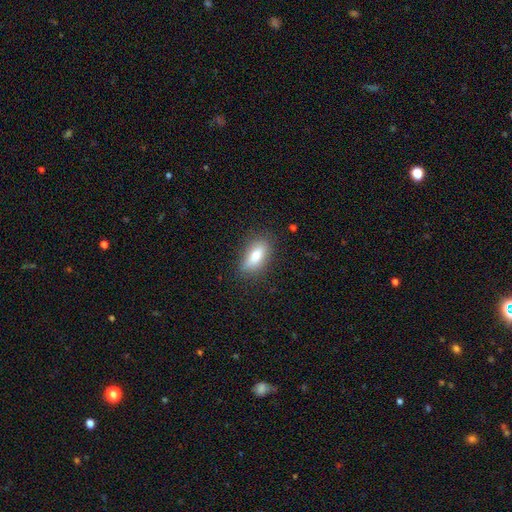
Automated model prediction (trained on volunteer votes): This is likely a smooth galaxy (74%). How rounded: likely in between (78%). Merging: clearly none (80%).